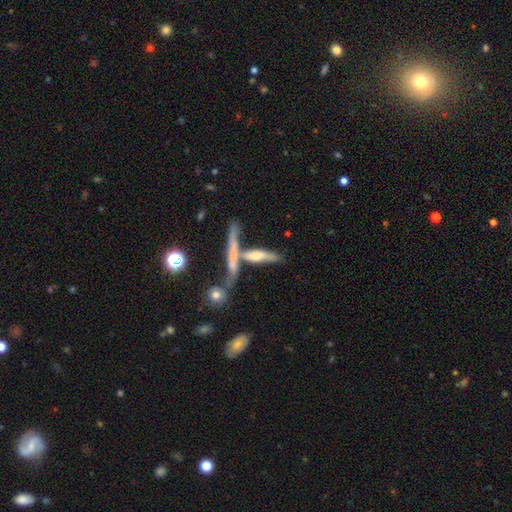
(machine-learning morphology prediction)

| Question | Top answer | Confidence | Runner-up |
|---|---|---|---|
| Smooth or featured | featured or disk | 51% | smooth (39%) |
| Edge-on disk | yes | 78% | no (22%) |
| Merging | merger | 41% | none (40%) |